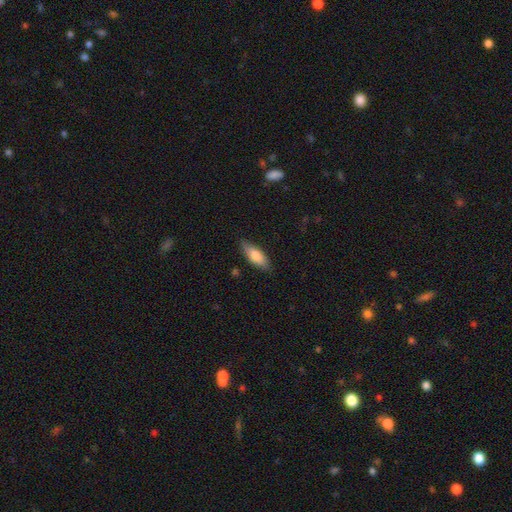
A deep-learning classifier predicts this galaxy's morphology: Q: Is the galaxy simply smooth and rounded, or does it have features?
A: smooth — 78%.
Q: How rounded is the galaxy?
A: in between — 66%.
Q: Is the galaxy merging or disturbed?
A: none — 82%.